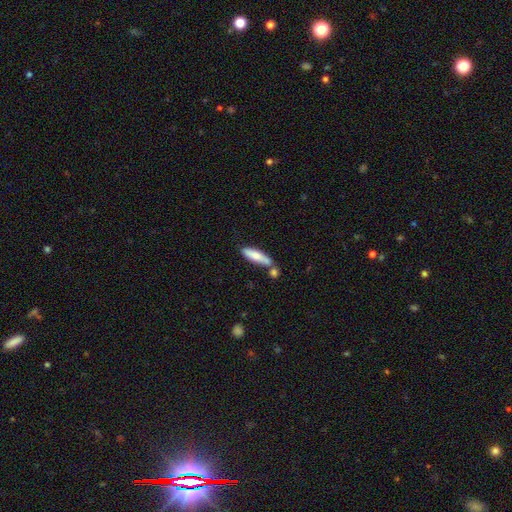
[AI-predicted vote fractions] A smooth galaxy with no disk features (71%) that is cigar-shaped (69%).

Vote fractions:
- Smooth or featured? smooth: 71% / featured or disk: 23% / star or artifact: 6%
- How rounded? cigar-shaped: 69% / in between: 29% / round: 2%
- Merging? none: 55% / merger: 25% / minor disturbance: 16% / major disturbance: 4%